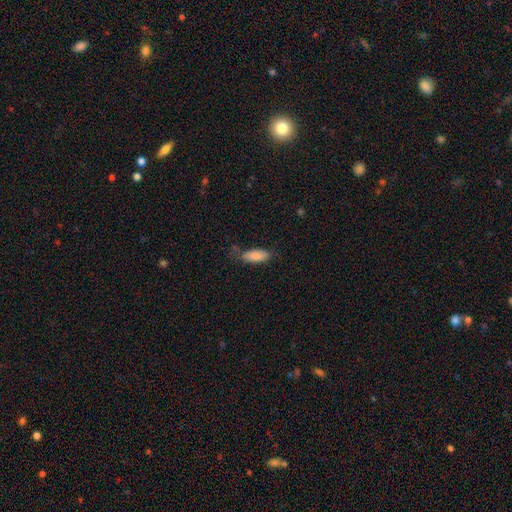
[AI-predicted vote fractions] Smooth or featured? smooth (86%)
How rounded? in between (71%)
Merging? none (64%)